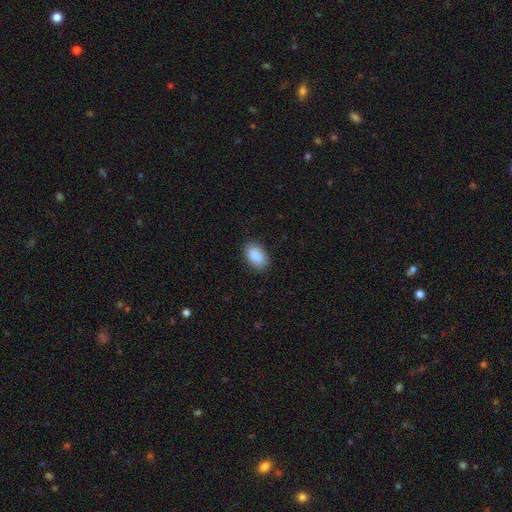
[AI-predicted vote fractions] A smooth galaxy with no disk features (90%) that is in between round and cigar-shaped (93%).

Vote fractions:
- Smooth or featured? smooth: 90% / star or artifact: 7% / featured or disk: 4%
- How rounded? in between: 93% / round: 6% / cigar-shaped: 2%
- Merging? none: 87% / minor disturbance: 10% / major disturbance: 2% / merger: 1%